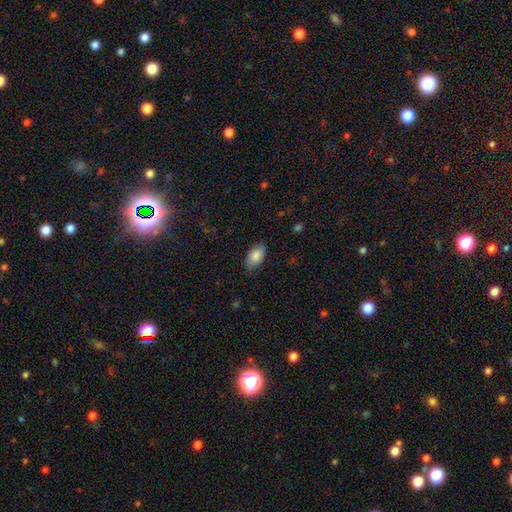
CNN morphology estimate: Smooth or featured? Predicted: smooth (p=0.86). How rounded? Predicted: in between (p=0.94). Merging? Predicted: none (p=0.82).